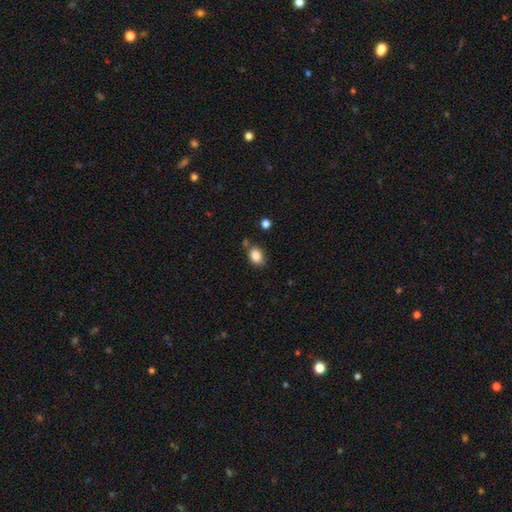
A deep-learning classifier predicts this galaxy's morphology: Smooth or featured? smooth (86%)
How rounded? in between (71%)
Merging? none (70%)